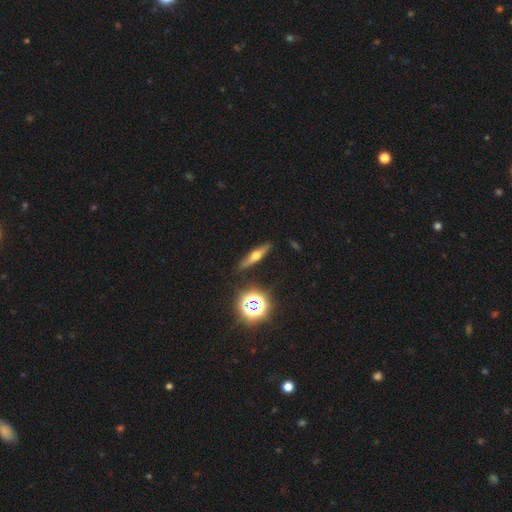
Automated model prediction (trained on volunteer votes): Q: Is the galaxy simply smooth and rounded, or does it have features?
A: featured or disk — 56%.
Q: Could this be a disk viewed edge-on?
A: yes — 92%.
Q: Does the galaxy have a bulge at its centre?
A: rounded — 94%.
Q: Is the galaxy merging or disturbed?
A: none — 90%.